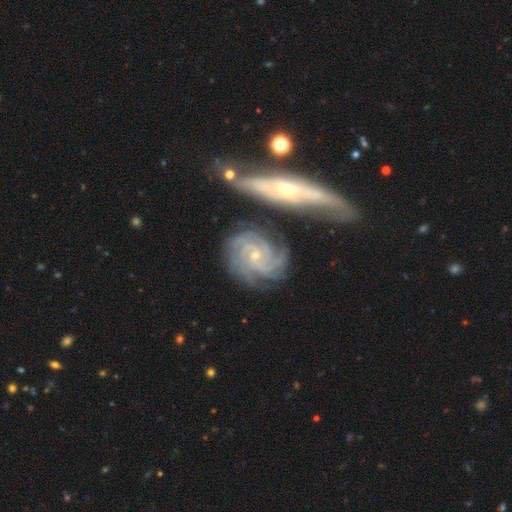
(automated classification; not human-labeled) Morphology: type=featured or disk (90%); edge-on=no (95%); bar=no (68%); spiral arms=yes (98%); winding=tight (74%); arm count=4 (39%); bulge=small (71%); merging=none (67%).